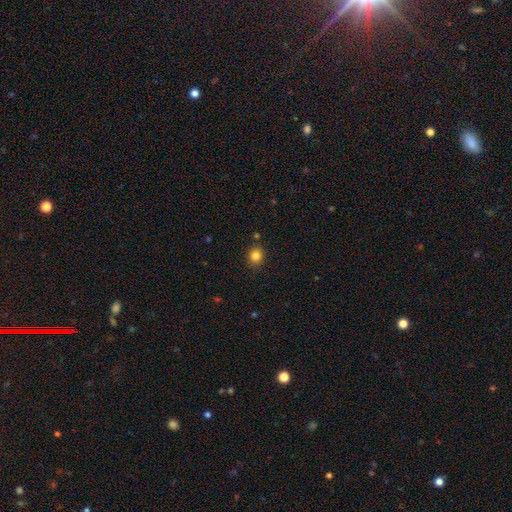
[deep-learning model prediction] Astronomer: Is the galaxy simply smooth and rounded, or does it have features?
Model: smooth — 84%.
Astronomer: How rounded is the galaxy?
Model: round — 73%.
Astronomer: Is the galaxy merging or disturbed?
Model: none — 88%.